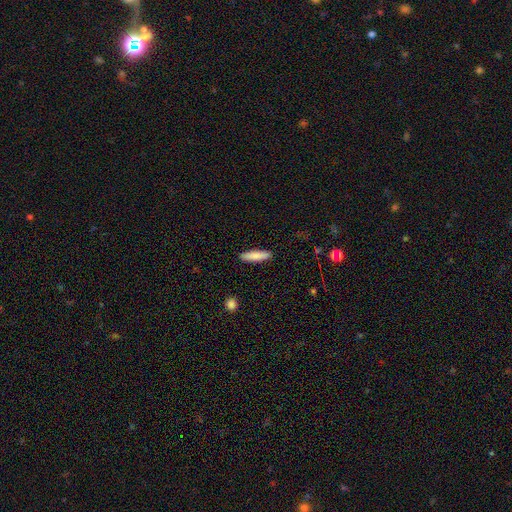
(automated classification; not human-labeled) This appears to be a smooth galaxy with no disk features (85%) that is cigar-shaped (80%). Merging: none (91%).